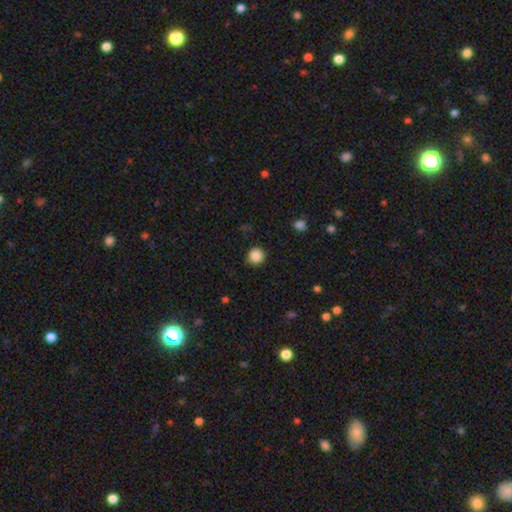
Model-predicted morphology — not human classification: Smooth or featured: smooth — 87% (star or artifact — 10%)
How rounded: round — 93% (in between — 6%)
Merging: none — 88% (minor disturbance — 8%)